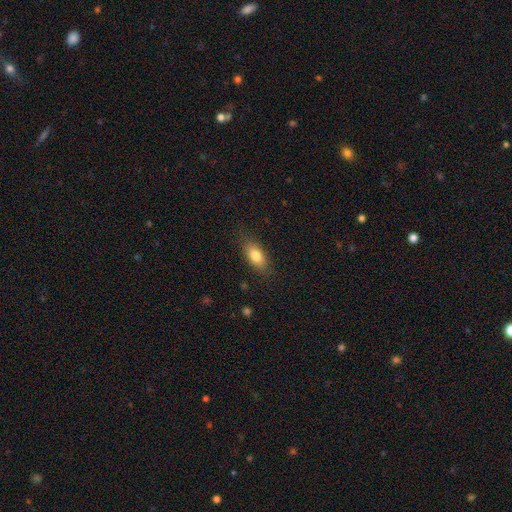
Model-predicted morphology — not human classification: Smooth or featured: smooth — 81% (featured or disk — 12%)
How rounded: in between — 85% (cigar-shaped — 11%)
Merging: none — 82% (minor disturbance — 14%)